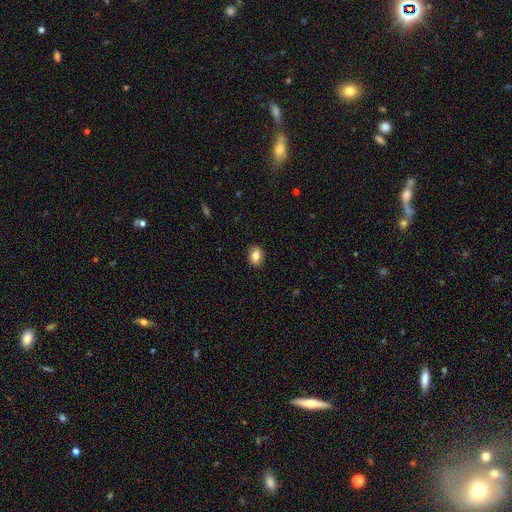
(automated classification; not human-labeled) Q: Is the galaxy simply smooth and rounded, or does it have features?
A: smooth — 82%.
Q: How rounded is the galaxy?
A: in between — 66%.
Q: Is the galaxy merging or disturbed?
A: none — 89%.